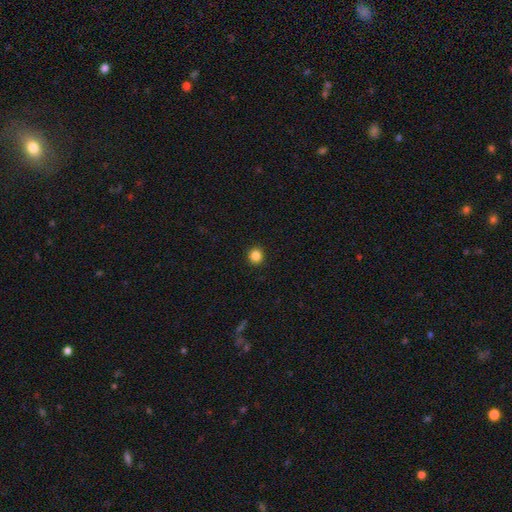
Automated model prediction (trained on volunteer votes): smooth_or_featured: smooth (p=0.85) [alt: star or artifact p=0.11]
how_rounded: round (p=0.93) [alt: in between p=0.06]
merging: none (p=0.93) [alt: minor disturbance p=0.04]